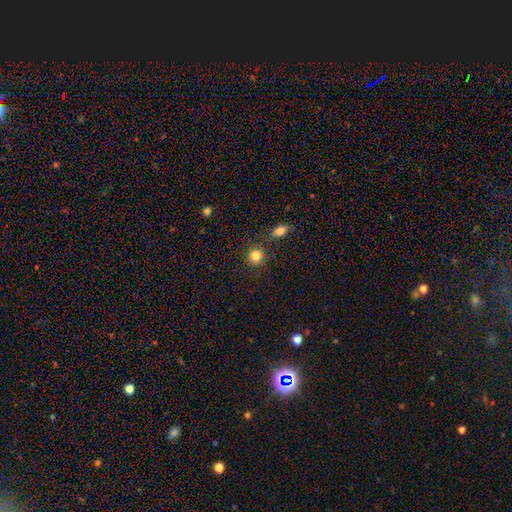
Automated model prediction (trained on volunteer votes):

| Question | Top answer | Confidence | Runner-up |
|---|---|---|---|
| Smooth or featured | smooth | 83% | star or artifact (11%) |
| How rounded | round | 90% | in between (9%) |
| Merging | none | 83% | minor disturbance (8%) |